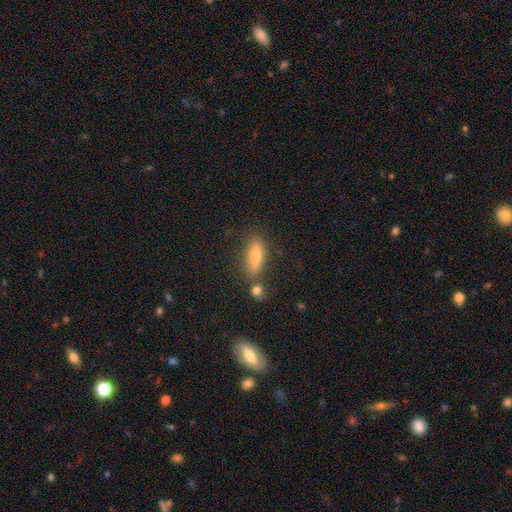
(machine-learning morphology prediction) This is likely a smooth galaxy (63%). How rounded: possibly cigar-shaped (52%). Merging: likely none (74%).